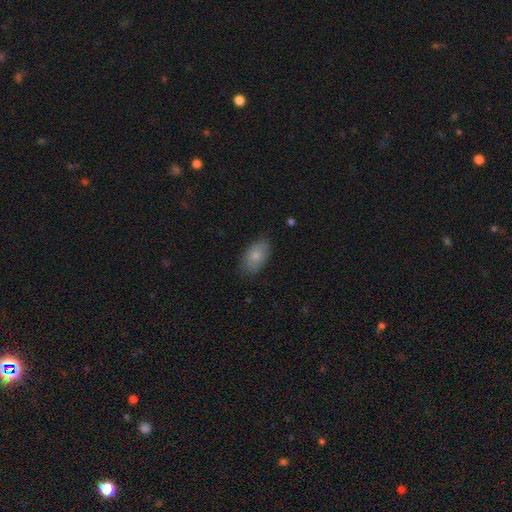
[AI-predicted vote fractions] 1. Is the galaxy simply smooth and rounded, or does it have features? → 81% smooth, 12% featured or disk, 7% star or artifact.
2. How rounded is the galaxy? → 92% in between, 6% round, 2% cigar-shaped.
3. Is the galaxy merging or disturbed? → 82% none, 14% minor disturbance, 3% major disturbance, 1% merger.